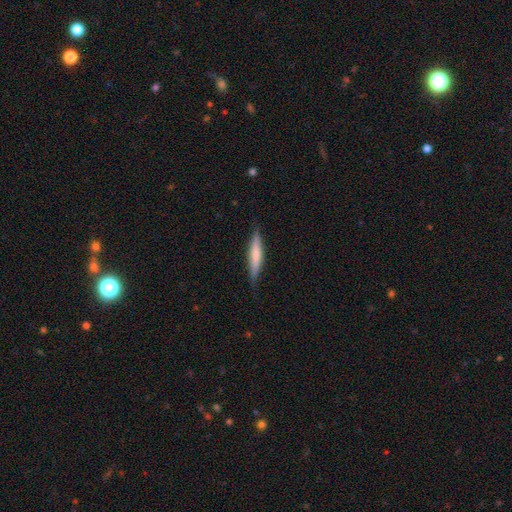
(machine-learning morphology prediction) A smooth galaxy with no disk features (58%) that is cigar-shaped (89%). Merging: none (85%).